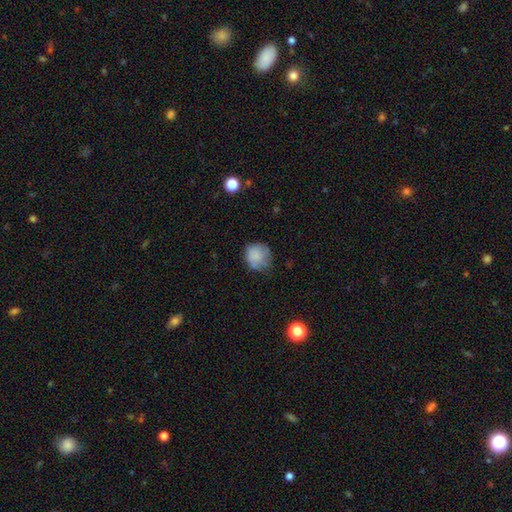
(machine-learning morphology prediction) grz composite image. It shows a smooth galaxy with no disk features (78%) that is round (81%). Merging: none (56%).